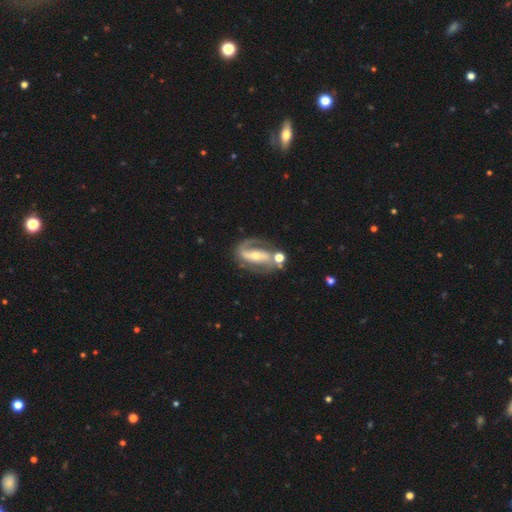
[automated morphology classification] Smooth or featured? Predicted: featured or disk (p=0.86). Edge-on disk? Predicted: no (p=0.95). Bar? Predicted: strong (p=0.50). Spiral arms? Predicted: yes (p=0.94). Spiral winding? Predicted: medium (p=0.47). Spiral arm count? Predicted: 2 (p=0.73). Bulge size? Predicted: moderate (p=0.47, tied with small). Merging? Predicted: none (p=0.62).